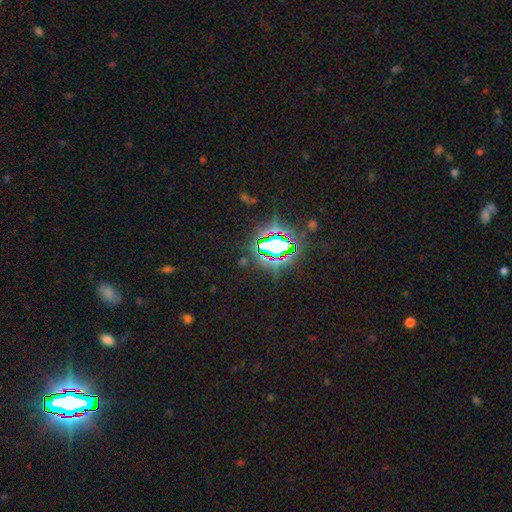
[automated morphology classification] Smooth or featured?
  - star or artifact: 83% *
  - smooth: 11%
  - featured or disk: 6%